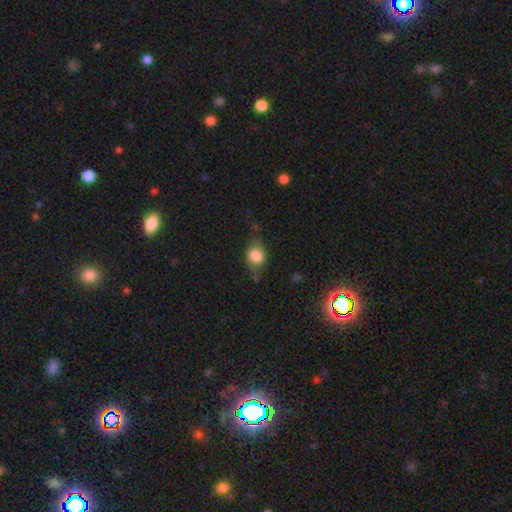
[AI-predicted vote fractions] Smooth or featured: smooth — 75% (featured or disk — 16%)
How rounded: in between — 53% (round — 45%)
Merging: none — 60% (minor disturbance — 27%)